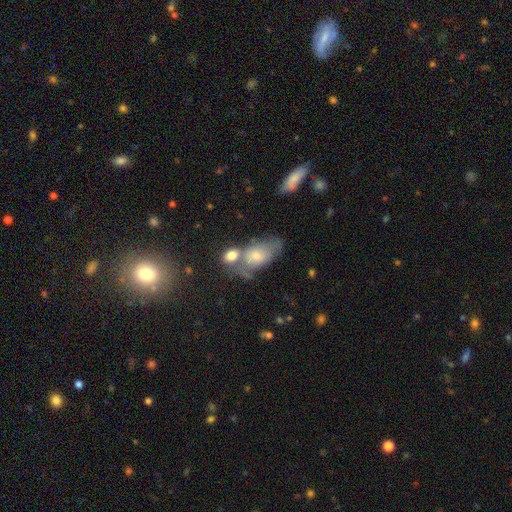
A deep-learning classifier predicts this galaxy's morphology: Smooth or featured? Predicted: smooth (p=0.53). How rounded? Predicted: in between (p=0.81). Merging? Predicted: none (p=0.40).